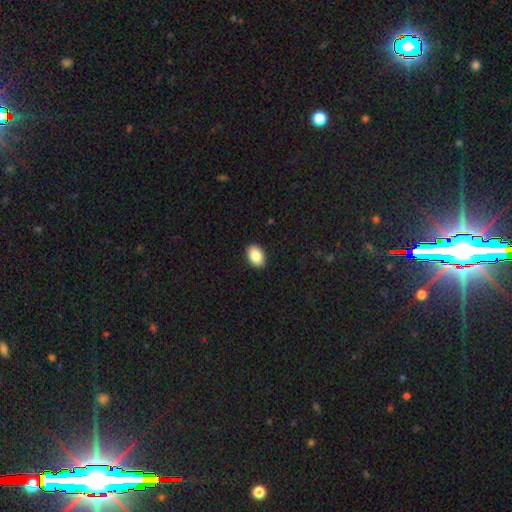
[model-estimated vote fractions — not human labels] Smooth or featured? smooth (86%)
How rounded? in between (85%)
Merging? none (91%)